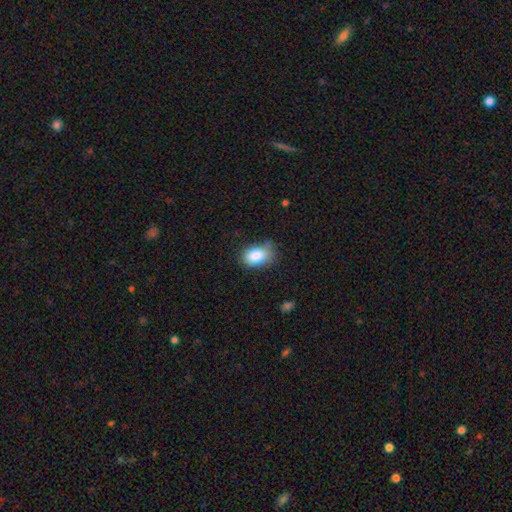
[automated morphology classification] A smooth galaxy with no disk features (82%) that is in between round and cigar-shaped (83%).

Vote fractions:
- Smooth or featured? smooth: 82% / featured or disk: 9% / star or artifact: 9%
- How rounded? in between: 83% / round: 16% / cigar-shaped: 1%
- Merging? none: 61% / minor disturbance: 30% / major disturbance: 7% / merger: 2%